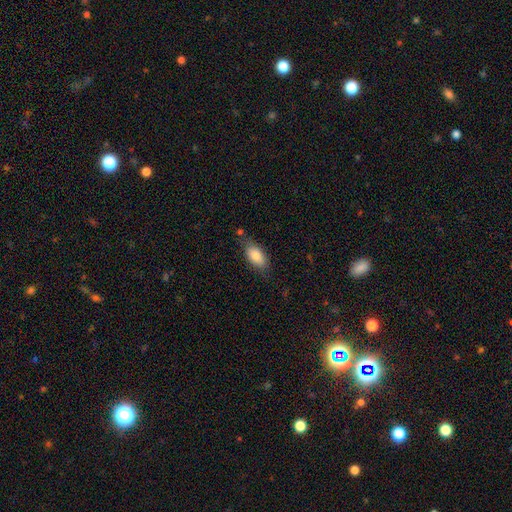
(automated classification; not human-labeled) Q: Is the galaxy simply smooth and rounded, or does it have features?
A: smooth — 84%.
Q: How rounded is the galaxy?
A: in between — 90%.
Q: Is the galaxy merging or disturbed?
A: none — 69%.